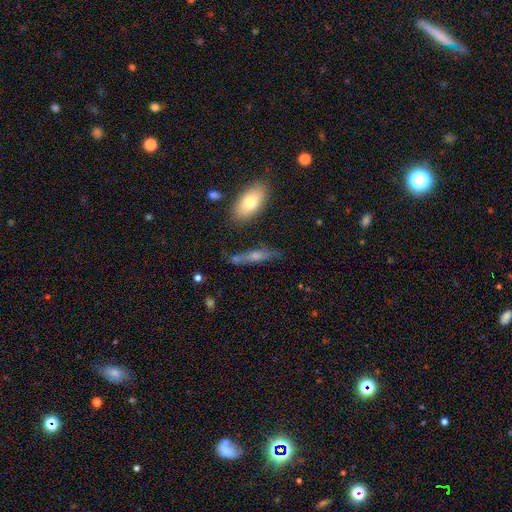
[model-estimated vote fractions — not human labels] Smooth or featured?
  - smooth: 56% *
  - featured or disk: 35%
  - star or artifact: 9%
How rounded?
  - cigar-shaped: 67% *
  - in between: 29%
  - round: 4%
Merging?
  - none: 64% *
  - minor disturbance: 19%
  - merger: 10%
  - major disturbance: 6%